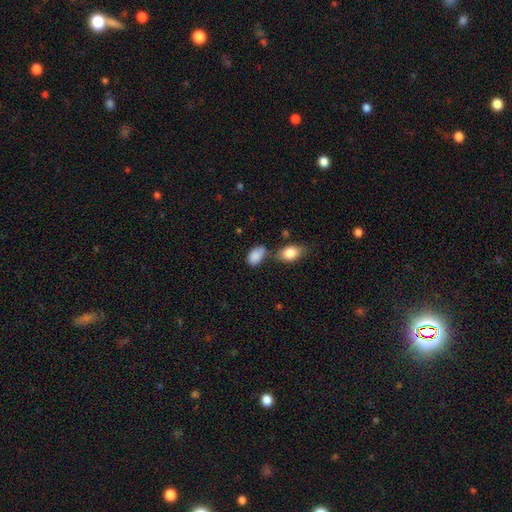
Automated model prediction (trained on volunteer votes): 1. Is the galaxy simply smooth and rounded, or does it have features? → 87% smooth, 8% star or artifact, 6% featured or disk.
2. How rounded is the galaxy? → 91% in between, 7% round, 2% cigar-shaped.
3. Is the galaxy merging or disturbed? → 51% none, 25% minor disturbance, 18% merger, 7% major disturbance.